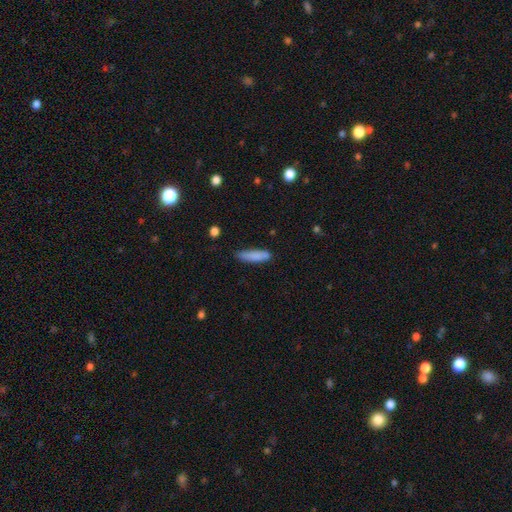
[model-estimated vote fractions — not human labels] Smooth or featured? Predicted: smooth (p=0.84). How rounded? Predicted: cigar-shaped (p=0.68). Merging? Predicted: none (p=0.73).